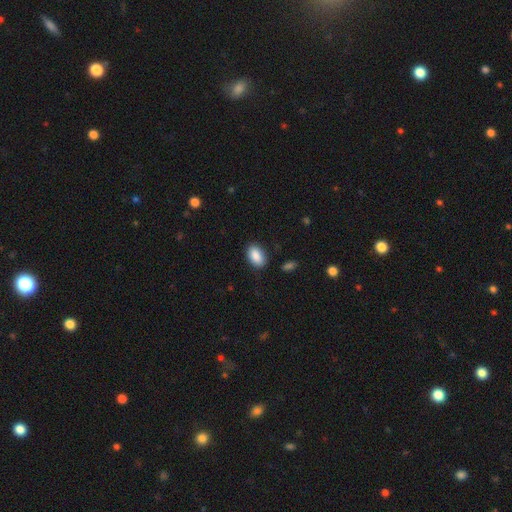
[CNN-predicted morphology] A smooth galaxy with no disk features (89%) that is in between round and cigar-shaped (92%). Merging: none (86%).